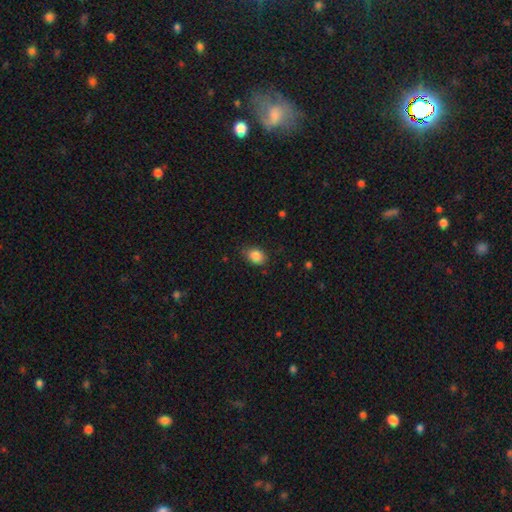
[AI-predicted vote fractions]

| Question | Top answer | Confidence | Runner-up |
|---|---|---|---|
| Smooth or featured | smooth | 86% | star or artifact (9%) |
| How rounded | in between | 68% | round (31%) |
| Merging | none | 76% | minor disturbance (19%) |